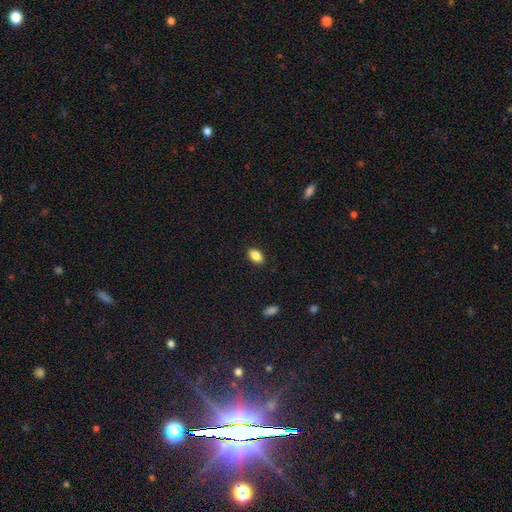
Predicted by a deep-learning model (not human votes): smooth-or-featured: smooth: 87% | star or artifact: 8% | featured or disk: 5%
  how-rounded: in between: 91% | round: 7% | cigar-shaped: 3%
  merging: none: 87% | minor disturbance: 10% | major disturbance: 2% | merger: 1%